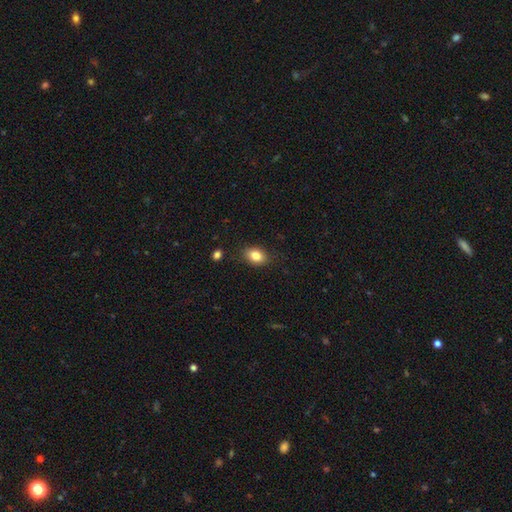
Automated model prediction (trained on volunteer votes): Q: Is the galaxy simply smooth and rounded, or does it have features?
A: smooth — 83%.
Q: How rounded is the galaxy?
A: in between — 74%.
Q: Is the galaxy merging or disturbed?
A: none — 84%.